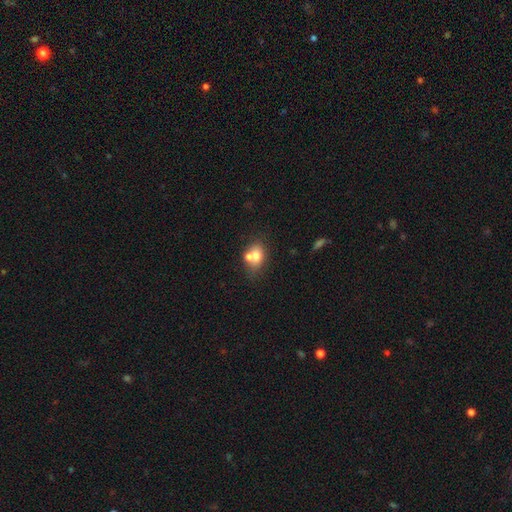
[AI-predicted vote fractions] smooth_or_featured: smooth (p=0.69) [alt: featured or disk p=0.21]
how_rounded: in between (p=0.63) [alt: round p=0.36]
merging: none (p=0.42) [alt: merger p=0.41]